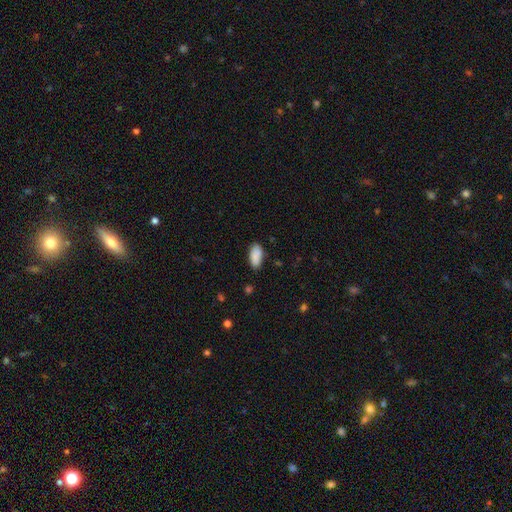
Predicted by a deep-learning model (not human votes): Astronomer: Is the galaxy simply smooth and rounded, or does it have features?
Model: smooth — 90%.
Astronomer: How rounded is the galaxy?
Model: in between — 90%.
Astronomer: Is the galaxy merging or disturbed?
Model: none — 83%.